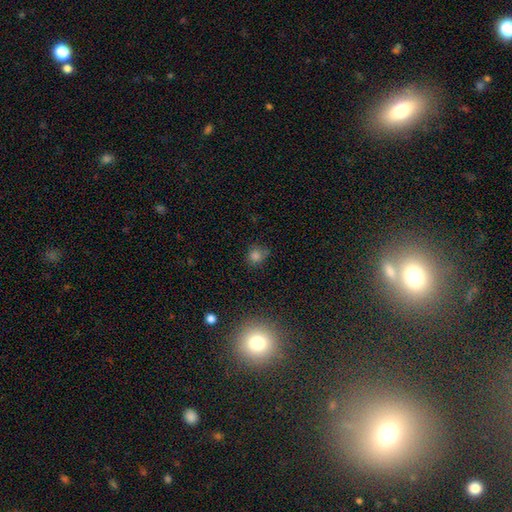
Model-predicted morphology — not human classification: A smooth galaxy with no disk features (74%) that is round (83%). Merging: none (73%).